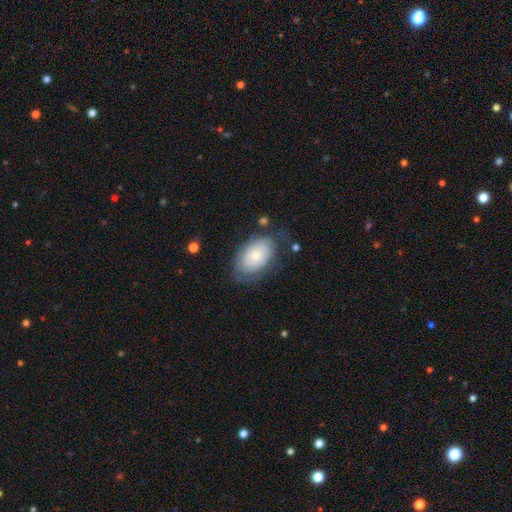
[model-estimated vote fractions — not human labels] smooth 62%, featured or disk 31%, star or artifact 7%. Down the decision tree: how rounded — in between (90%); merging — none (61%).